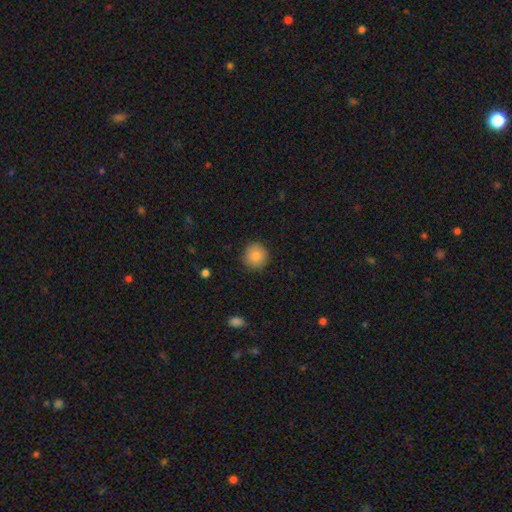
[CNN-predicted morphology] type=smooth (84%); roundness=round (93%); merging=none (90%).